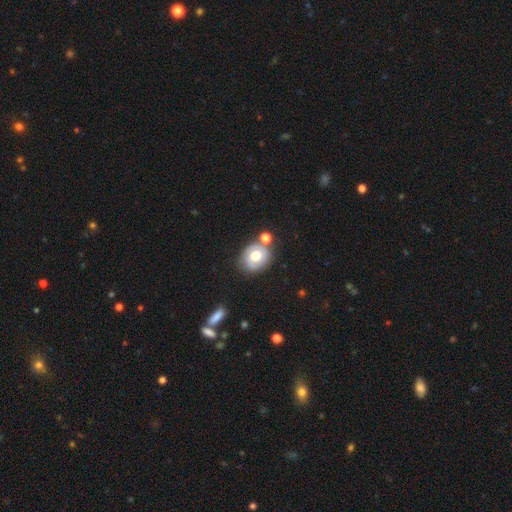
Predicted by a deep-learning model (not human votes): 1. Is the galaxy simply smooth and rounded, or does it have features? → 48% smooth, 43% featured or disk, 8% star or artifact.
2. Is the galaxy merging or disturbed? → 62% none, 17% minor disturbance, 15% merger, 6% major disturbance.